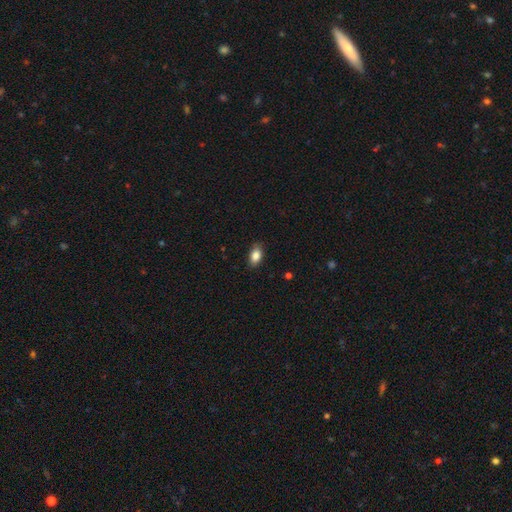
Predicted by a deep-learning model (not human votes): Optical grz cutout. It shows a smooth galaxy with no disk features (85%) that is in between round and cigar-shaped (90%). Merging: none (86%).